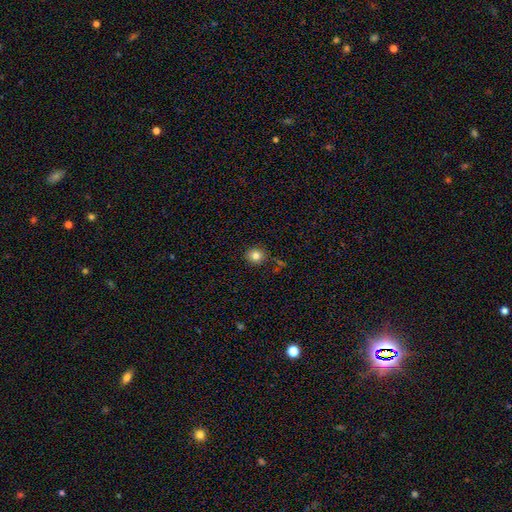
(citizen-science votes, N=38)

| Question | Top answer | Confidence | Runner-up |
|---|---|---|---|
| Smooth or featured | smooth | 79% | featured or disk (11%) |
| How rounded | round | 83% | in between (17%) |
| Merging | none | 79% | minor disturbance (12%) |